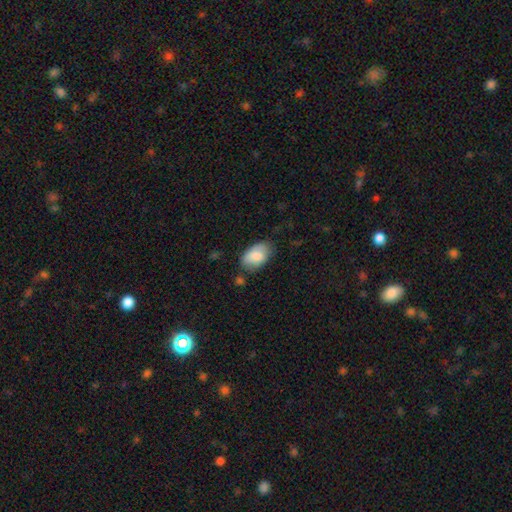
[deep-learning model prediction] smooth-or-featured: smooth: 85% | featured or disk: 9% | star or artifact: 6%
  how-rounded: in between: 93% | round: 6% | cigar-shaped: 1%
  merging: none: 68% | minor disturbance: 24% | major disturbance: 5% | merger: 3%